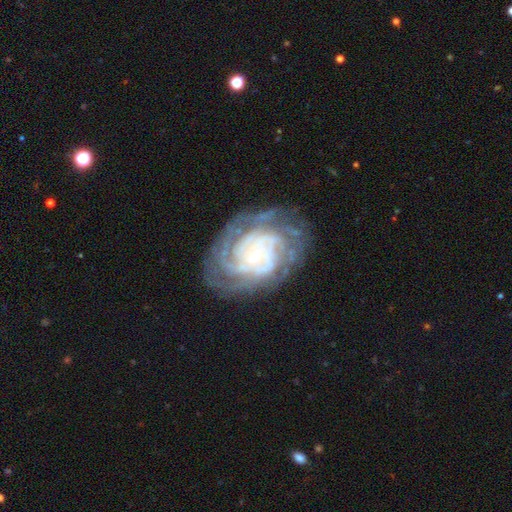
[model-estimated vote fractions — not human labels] Morphology: type=featured or disk (89%); edge-on=no (97%); bar=no (68%); spiral arms=yes (96%); winding=tight (74%); arm count=can't tell (31%); bulge=small (65%); merging=none (72%).